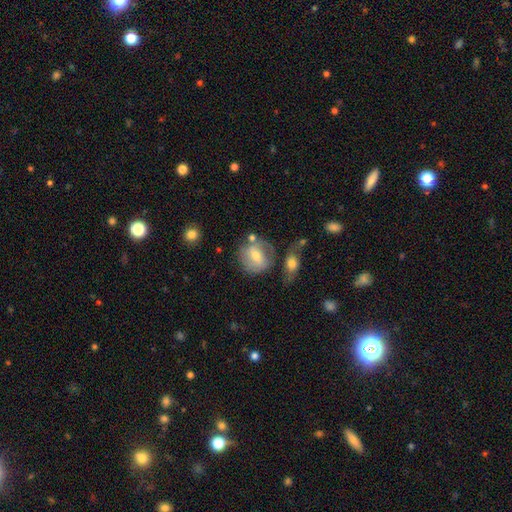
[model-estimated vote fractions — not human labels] Smooth or featured: smooth — 51% (featured or disk — 40%)
How rounded: round — 75% (in between — 23%)
Merging: none — 56% (minor disturbance — 18%)